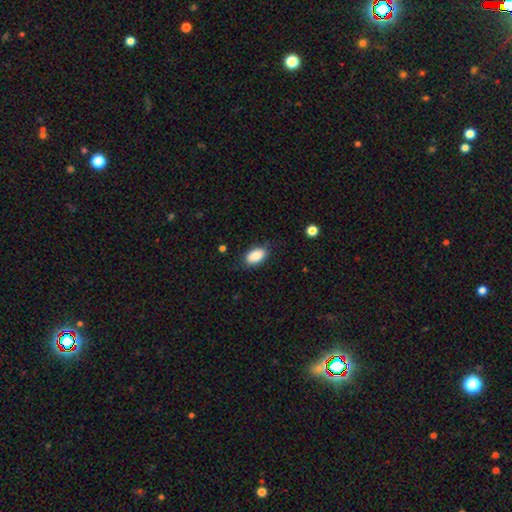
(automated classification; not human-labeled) Smooth or featured: smooth — 88% (star or artifact — 7%)
How rounded: in between — 93% (round — 5%)
Merging: none — 80% (minor disturbance — 15%)